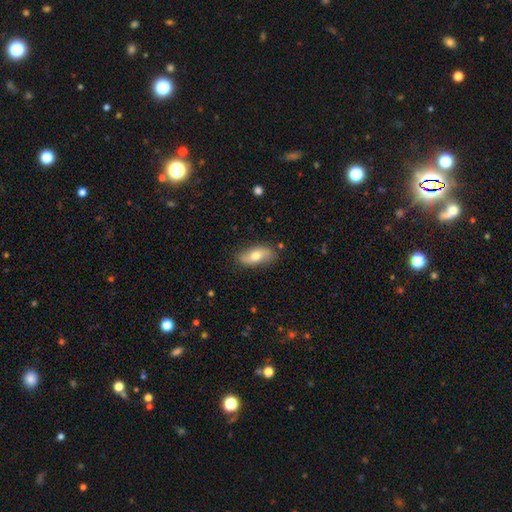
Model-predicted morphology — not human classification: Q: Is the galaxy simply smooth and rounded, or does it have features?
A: smooth — 57%.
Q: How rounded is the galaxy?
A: in between — 83%.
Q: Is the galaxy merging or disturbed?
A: none — 81%.